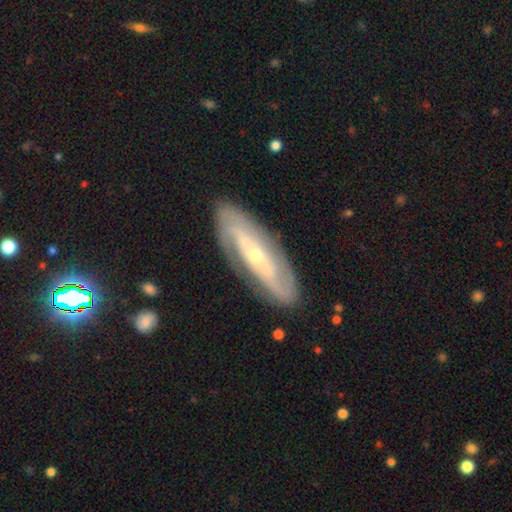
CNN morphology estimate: Smooth or featured? Predicted: featured or disk (p=0.79). Edge-on disk? Predicted: no (p=0.82). Bar? Predicted: no (p=0.51). Spiral arms? Predicted: yes (p=0.87). Spiral winding? Predicted: tight (p=0.54). Spiral arm count? Predicted: 2 (p=0.57). Bulge size? Predicted: small (p=0.68). Merging? Predicted: none (p=0.84).